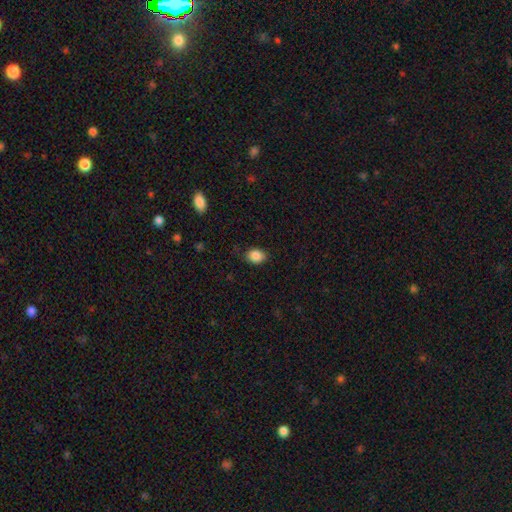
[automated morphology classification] Smooth or featured? Predicted: smooth (p=0.87). How rounded? Predicted: in between (p=0.64). Merging? Predicted: none (p=0.81).